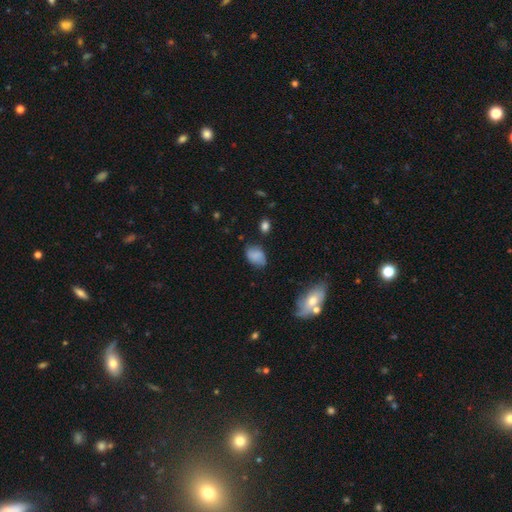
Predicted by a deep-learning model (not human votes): Q: Smooth or featured?
A: smooth (75%); runner-up: featured or disk (15%)
Q: How rounded?
A: in between (81%); runner-up: round (17%)
Q: Merging?
A: none (68%); runner-up: minor disturbance (24%)